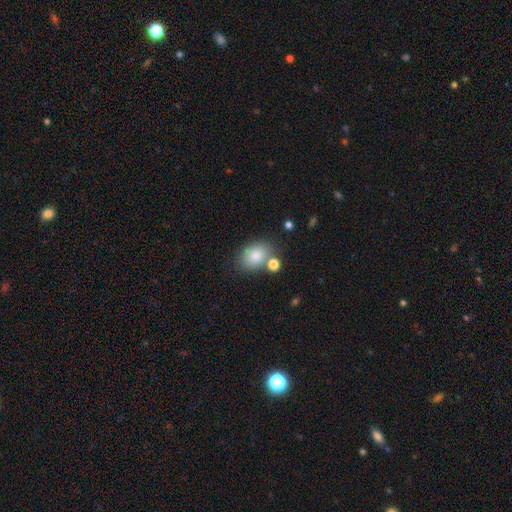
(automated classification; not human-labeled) Morphology: type=smooth (83%); roundness=in between (71%); merging=none (69%).